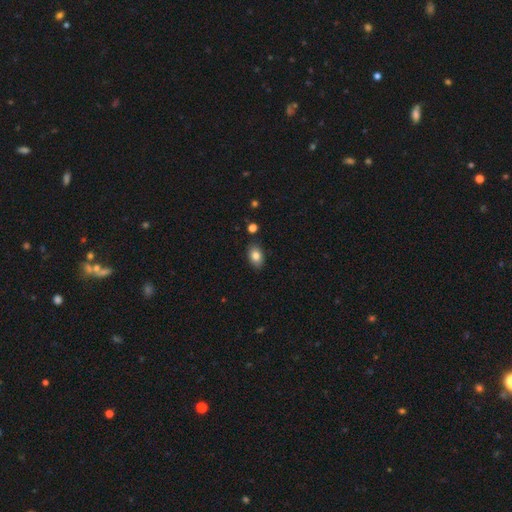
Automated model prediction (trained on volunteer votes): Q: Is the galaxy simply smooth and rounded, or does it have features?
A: smooth — 82%.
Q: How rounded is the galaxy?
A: in between — 86%.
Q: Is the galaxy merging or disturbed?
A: none — 85%.